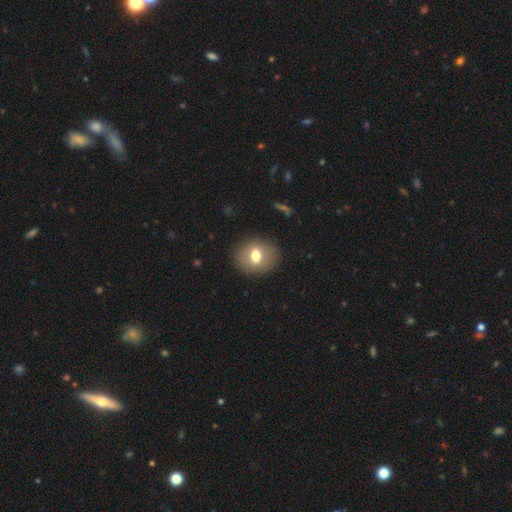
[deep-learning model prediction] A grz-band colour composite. It shows a smooth galaxy with no disk features (66%) that is round (62%). Merging: none (86%).